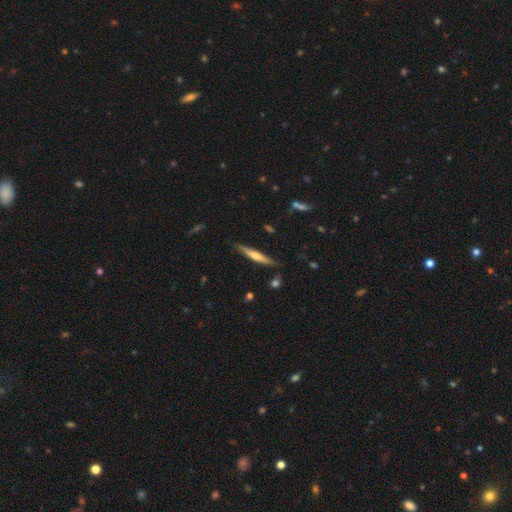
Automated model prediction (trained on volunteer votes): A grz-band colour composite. It shows a featured or disk galaxy (49%). Merging: none (82%).